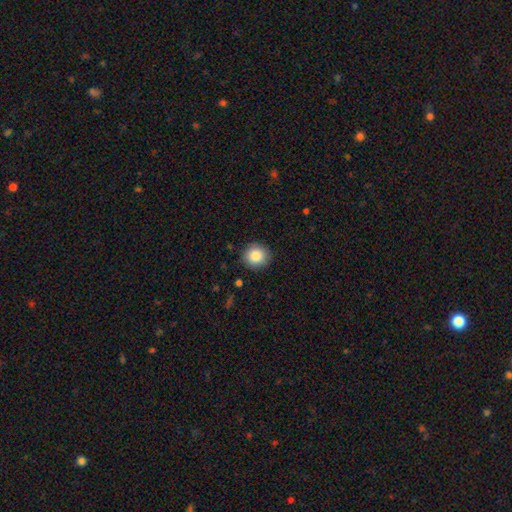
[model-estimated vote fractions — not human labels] The model was most divided on "smooth or featured": smooth: 86%, star or artifact: 9%, featured or disk: 6%. More confident: how rounded — round (92%); merging — none (90%).